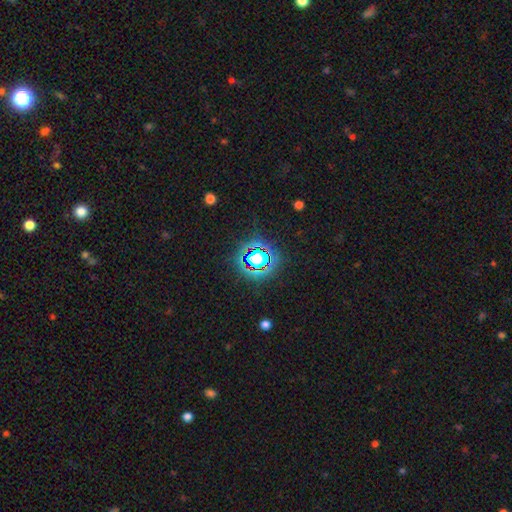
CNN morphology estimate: A star or artifact, not a galaxy (69%).

Vote fractions:
- Smooth or featured? star or artifact: 69% / smooth: 19% / featured or disk: 12%